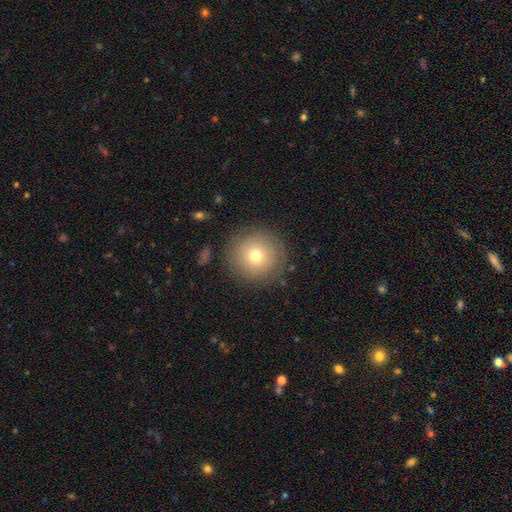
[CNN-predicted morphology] A smooth galaxy with no disk features (70%) that is round (94%).

Vote fractions:
- Smooth or featured? smooth: 70% / featured or disk: 19% / star or artifact: 11%
- How rounded? round: 94% / in between: 5% / cigar-shaped: 1%
- Merging? none: 84% / minor disturbance: 10% / major disturbance: 4% / merger: 2%